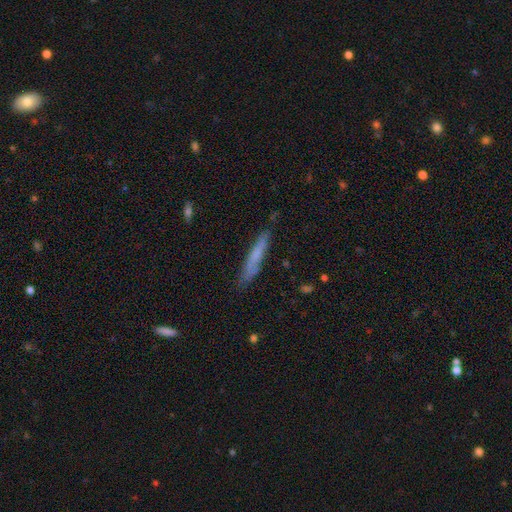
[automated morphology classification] A smooth galaxy with no disk features (59%) that is cigar-shaped (93%). Merging: none (80%).